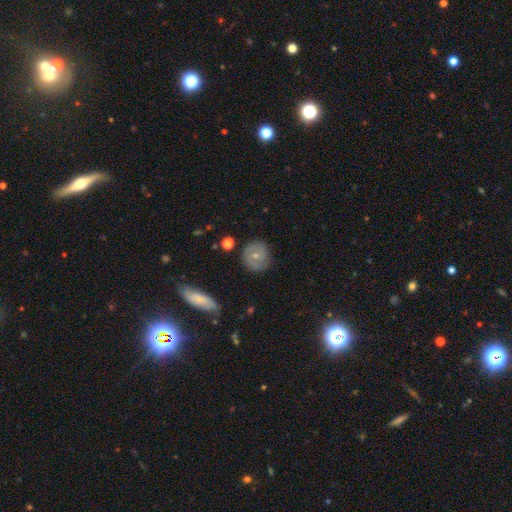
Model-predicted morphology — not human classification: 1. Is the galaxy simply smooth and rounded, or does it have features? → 58% featured or disk, 34% smooth, 8% star or artifact.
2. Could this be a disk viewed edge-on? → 96% no, 4% yes.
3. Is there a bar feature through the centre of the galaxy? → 67% no, 27% weak, 6% strong.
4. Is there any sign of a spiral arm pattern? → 79% yes, 21% no.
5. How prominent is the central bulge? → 54% small, 42% moderate, 2% none, 1% large, 1% dominant.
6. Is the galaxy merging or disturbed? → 79% none, 15% minor disturbance, 4% major disturbance, 2% merger.